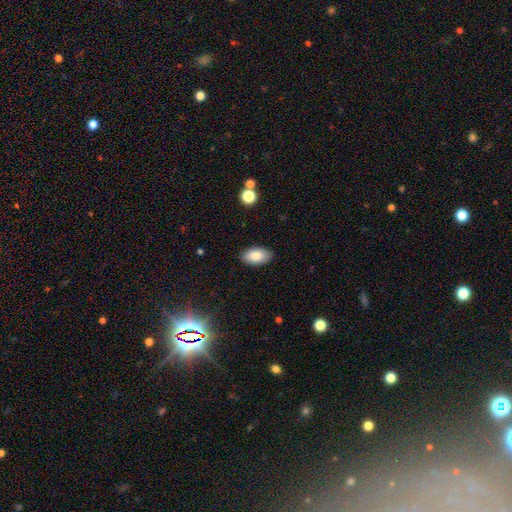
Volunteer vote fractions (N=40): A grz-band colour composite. It shows a smooth galaxy with no disk features (95%) that is in between round and cigar-shaped (97%). Merging: none (95%).